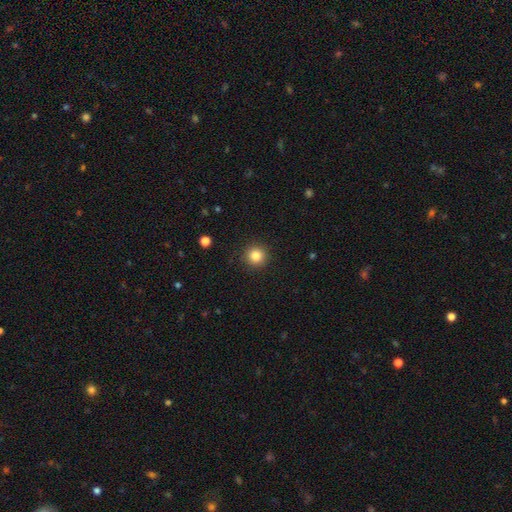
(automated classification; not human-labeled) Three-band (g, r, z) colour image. It shows a smooth galaxy with no disk features (84%) that is round (95%). Merging: none (91%).